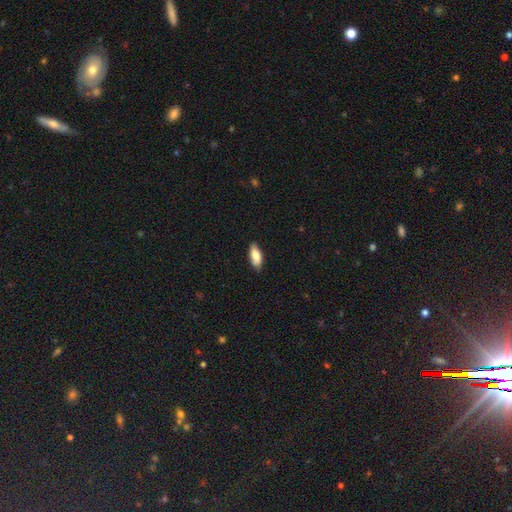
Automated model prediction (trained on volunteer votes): Smooth or featured: smooth — 78% (featured or disk — 16%)
How rounded: in between — 79% (cigar-shaped — 19%)
Merging: none — 85% (minor disturbance — 12%)